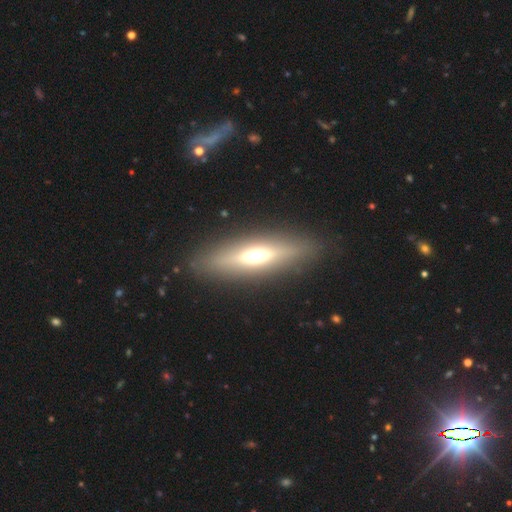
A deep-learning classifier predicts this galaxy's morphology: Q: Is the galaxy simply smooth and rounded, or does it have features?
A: featured or disk — 51%.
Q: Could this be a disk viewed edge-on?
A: yes — 81%.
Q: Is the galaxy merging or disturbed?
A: none — 88%.